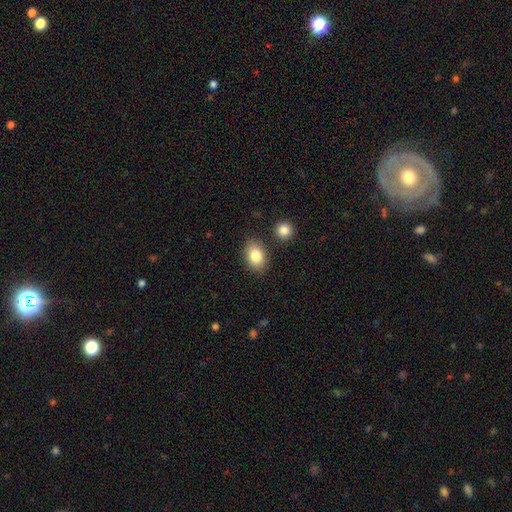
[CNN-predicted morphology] Smooth or featured? Predicted: smooth (p=0.84). How rounded? Predicted: in between (p=0.82). Merging? Predicted: none (p=0.83).